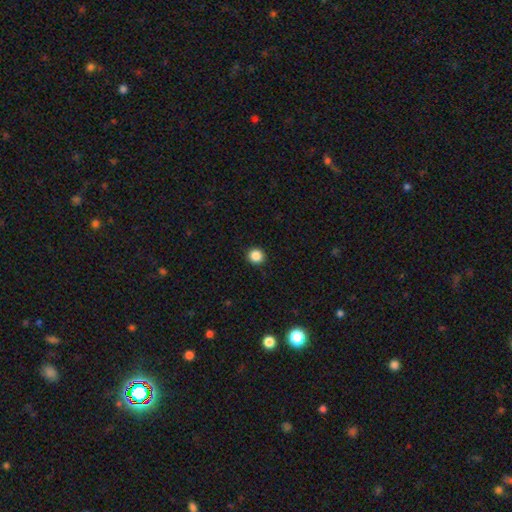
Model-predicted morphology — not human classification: smooth_or_featured: smooth (p=0.86) [alt: star or artifact p=0.10]
how_rounded: round (p=0.92) [alt: in between p=0.07]
merging: none (p=0.92) [alt: minor disturbance p=0.05]